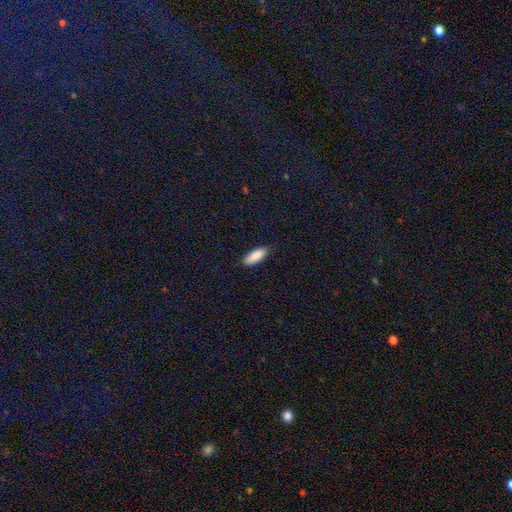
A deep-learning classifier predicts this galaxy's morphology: The model was most divided on "how rounded": in between: 74%, cigar-shaped: 24%, round: 2%. More confident: smooth or featured — smooth (89%); merging — none (85%).